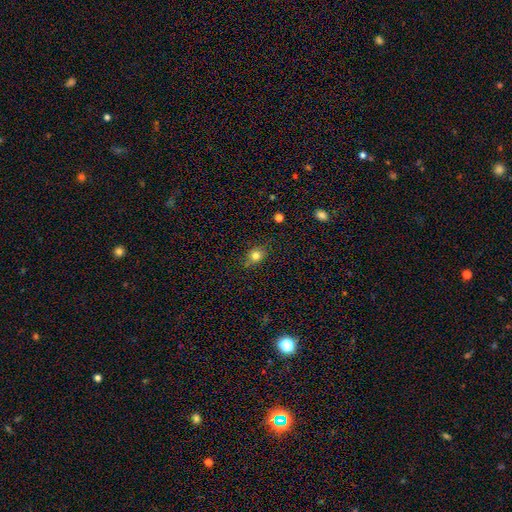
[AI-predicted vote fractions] Morphology: type=smooth (79%); roundness=round (54%); merging=none (79%).